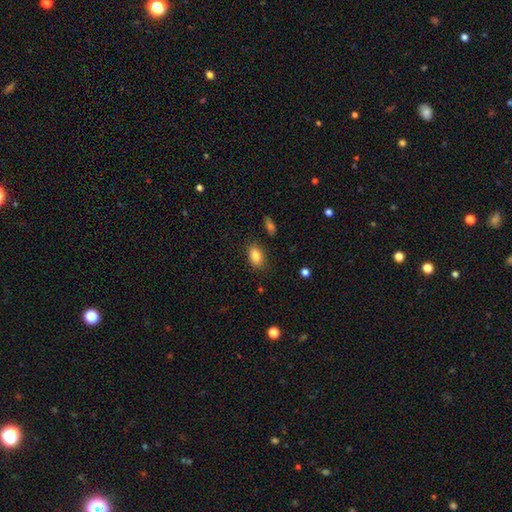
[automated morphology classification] Smooth or featured? smooth (84%)
How rounded? in between (88%)
Merging? none (83%)